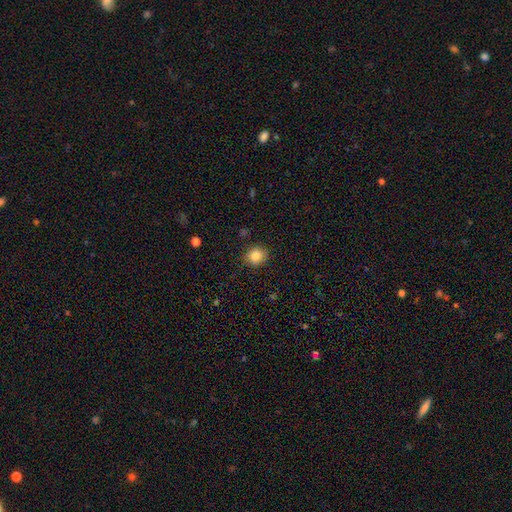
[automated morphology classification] This is clearly a smooth galaxy (85%). How rounded: likely round (74%). Merging: clearly none (86%).